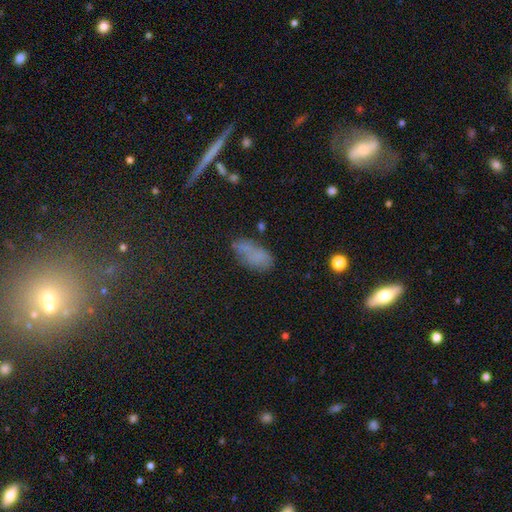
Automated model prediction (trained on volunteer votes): Smooth or featured? smooth (66%)
How rounded? in between (89%)
Merging? none (53%)